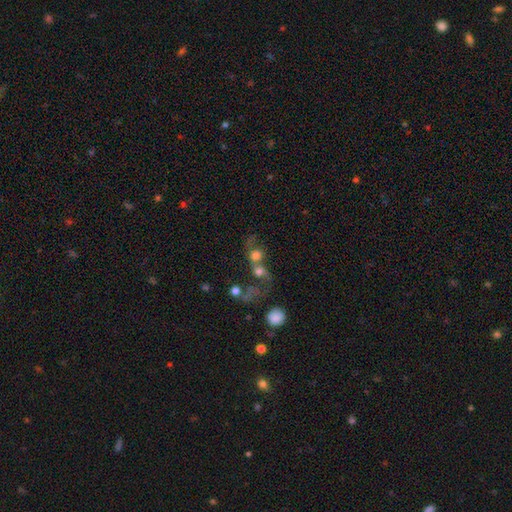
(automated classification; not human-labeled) smooth_or_featured: smooth (p=0.61) [alt: featured or disk p=0.23]
how_rounded: round (p=0.70) [alt: in between p=0.28]
merging: merger (p=0.67) [alt: none p=0.17]